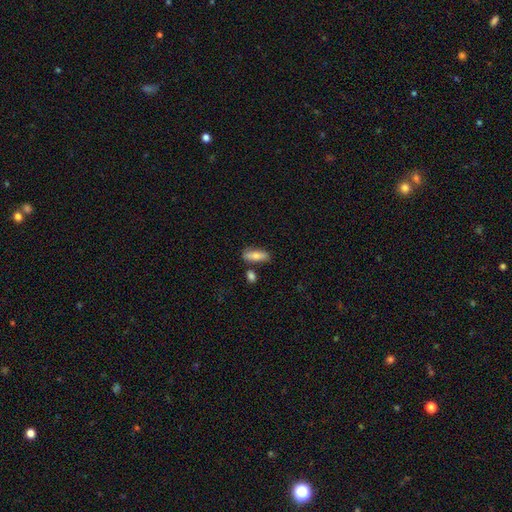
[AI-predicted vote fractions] Smooth or featured? Predicted: smooth (p=0.76). How rounded? Predicted: in between (p=0.65). Merging? Predicted: none (p=0.75).